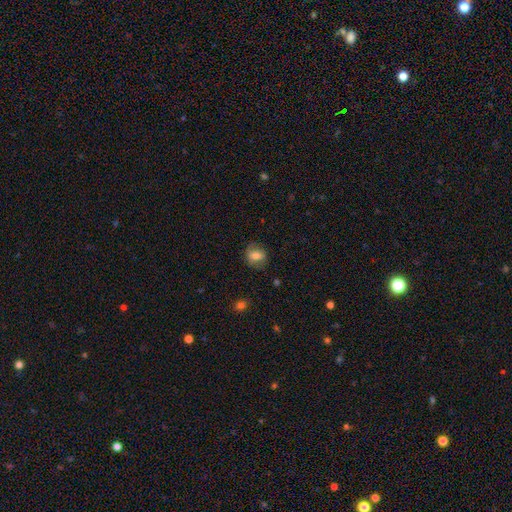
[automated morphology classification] smooth 66%, featured or disk 25%, star or artifact 9%. Down the decision tree: how rounded — round (56%); merging — none (76%).